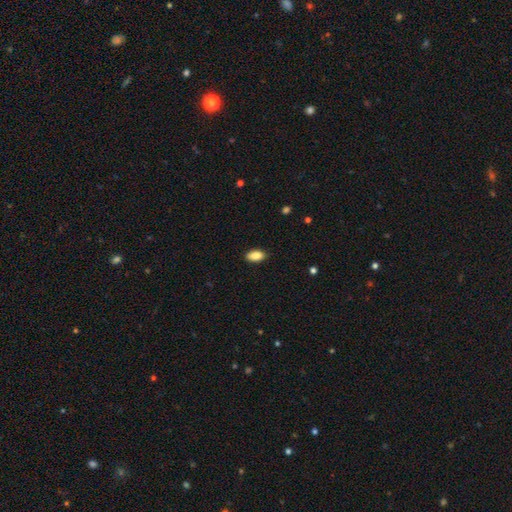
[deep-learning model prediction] The model was most divided on "merging": none: 88%, minor disturbance: 9%, major disturbance: 2%, merger: 1%. More confident: how rounded — in between (93%); smooth or featured — smooth (89%).